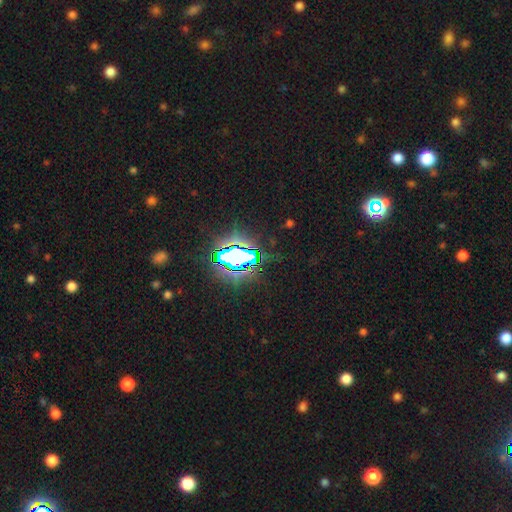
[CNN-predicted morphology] type=star or artifact (79%).